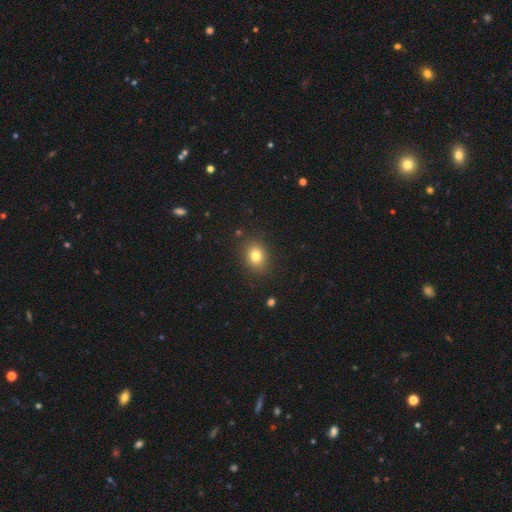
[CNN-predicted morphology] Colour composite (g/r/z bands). It shows a smooth galaxy with no disk features (80%) that is round (52%). Merging: none (87%).